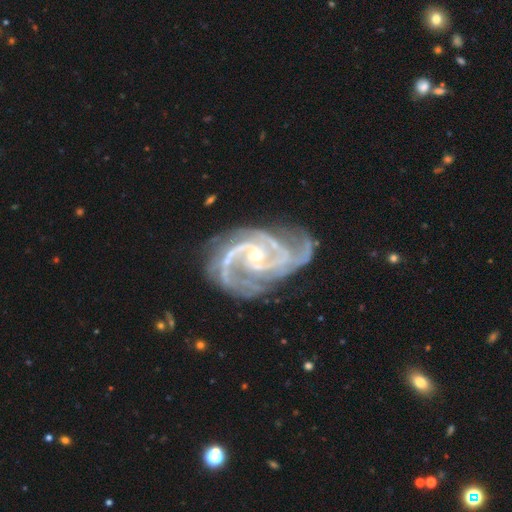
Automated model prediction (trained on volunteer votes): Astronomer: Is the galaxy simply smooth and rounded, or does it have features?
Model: featured or disk — 94%.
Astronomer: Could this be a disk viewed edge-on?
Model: no — 98%.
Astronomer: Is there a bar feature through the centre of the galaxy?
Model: no — 52% (runner-up: weak, 34%).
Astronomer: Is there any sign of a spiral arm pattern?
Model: yes — 99%.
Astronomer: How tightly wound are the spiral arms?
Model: medium — 54% (runner-up: tight, 35%).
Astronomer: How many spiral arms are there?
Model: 2 — 49% (runner-up: 3, 25%).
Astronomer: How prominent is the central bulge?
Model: small — 63%.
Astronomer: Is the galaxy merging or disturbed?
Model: none — 59%.